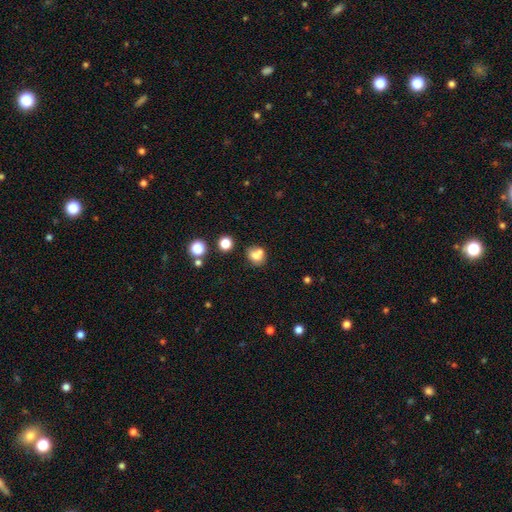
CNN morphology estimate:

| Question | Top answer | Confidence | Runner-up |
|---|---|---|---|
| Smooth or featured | smooth | 72% | featured or disk (15%) |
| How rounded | round | 69% | in between (30%) |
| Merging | none | 45% | merger (39%) |